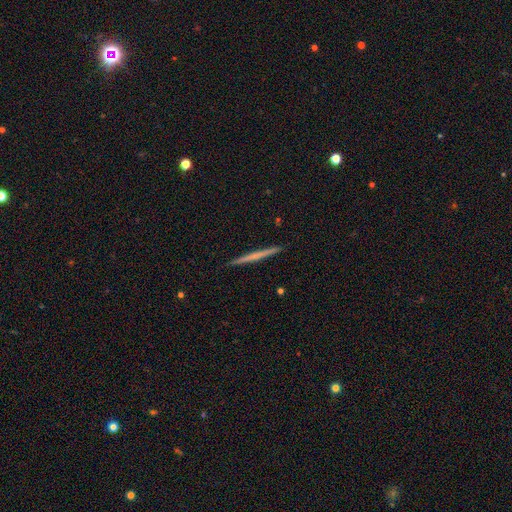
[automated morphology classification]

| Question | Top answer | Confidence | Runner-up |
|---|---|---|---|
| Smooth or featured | featured or disk | 51% | smooth (44%) |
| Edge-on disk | yes | 98% | no (2%) |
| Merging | none | 93% | minor disturbance (5%) |